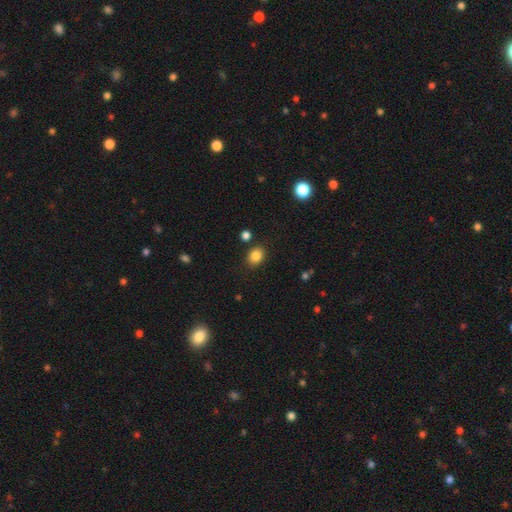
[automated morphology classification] Overall: smooth (85%). How rounded: in between (53%; round 46%). Merging: none (83%).